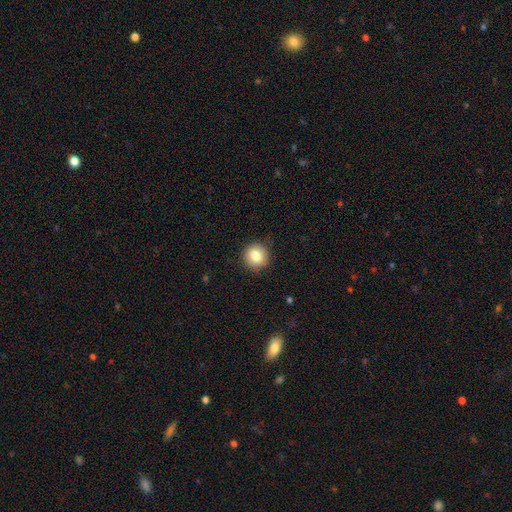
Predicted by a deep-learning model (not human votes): Overall: smooth (82%). How rounded: round (89%). Merging: none (87%).